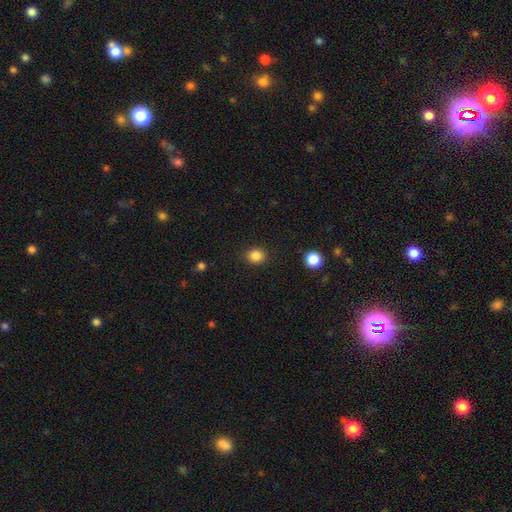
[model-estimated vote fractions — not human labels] Morphology: type=smooth (85%); roundness=round (73%); merging=none (89%).